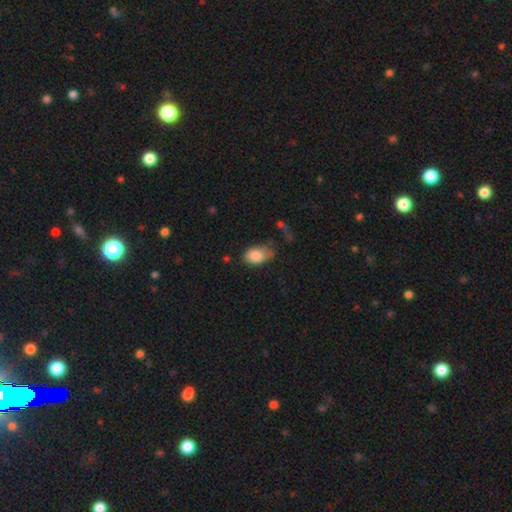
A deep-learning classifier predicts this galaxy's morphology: The model was most divided on "merging": none: 45%, minor disturbance: 34%, major disturbance: 16%, merger: 5%. More confident: how rounded — in between (88%); smooth or featured — smooth (83%).